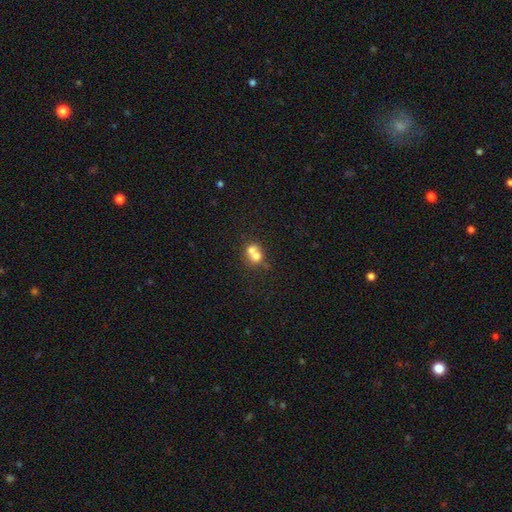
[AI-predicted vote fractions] smooth 66%, featured or disk 22%, star or artifact 12%. Down the decision tree: how rounded — round (73%); merging — merger (67%).